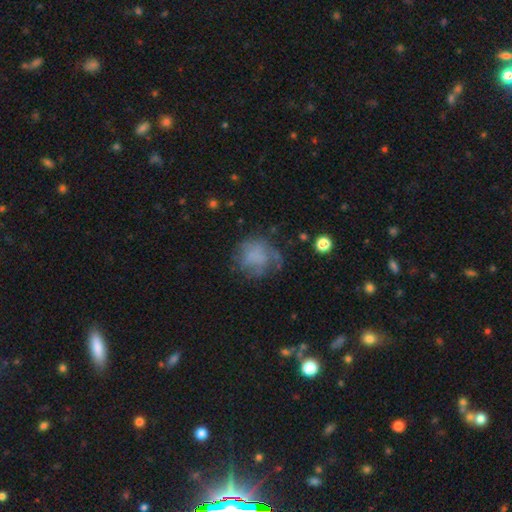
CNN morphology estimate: Smooth or featured? smooth (52%)
How rounded? round (73%)
Merging? none (50%)